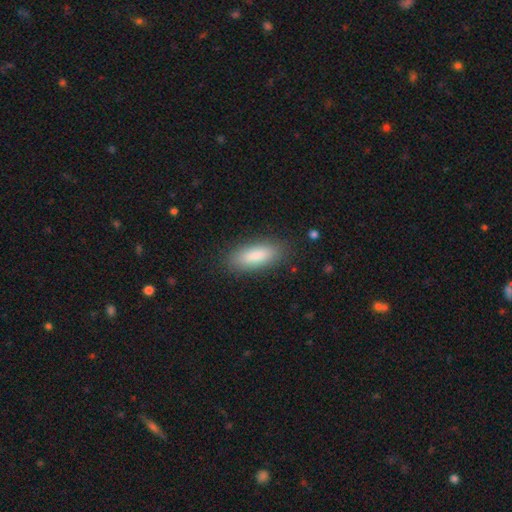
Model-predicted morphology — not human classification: Smooth or featured? Predicted: smooth (p=0.85). How rounded? Predicted: in between (p=0.71). Merging? Predicted: none (p=0.86).